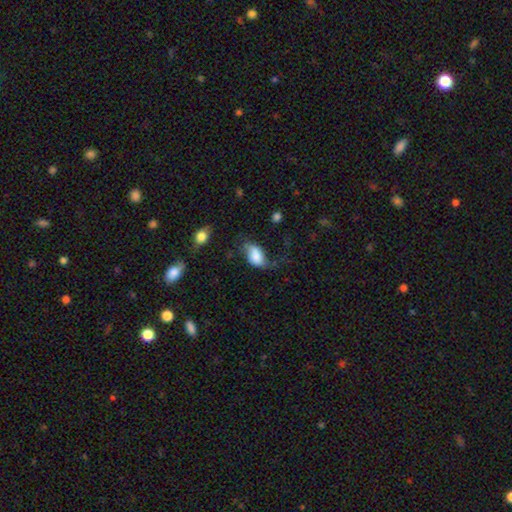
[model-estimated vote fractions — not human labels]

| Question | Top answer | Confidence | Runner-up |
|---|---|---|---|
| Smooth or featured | smooth | 69% | featured or disk (23%) |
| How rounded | in between | 90% | round (8%) |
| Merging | none | 36% | minor disturbance (32%) |